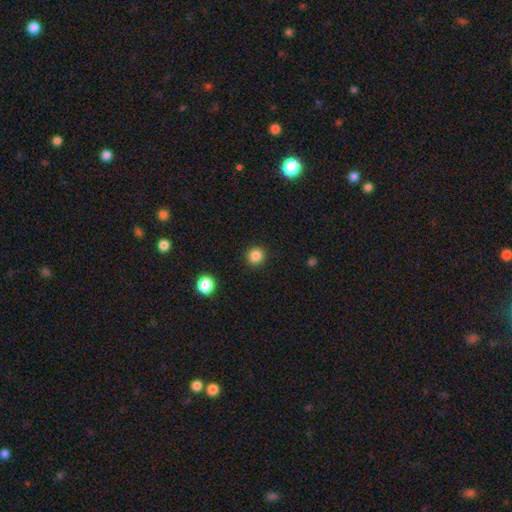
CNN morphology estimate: This is clearly a smooth galaxy (85%). How rounded: clearly round (94%). Merging: clearly none (92%).